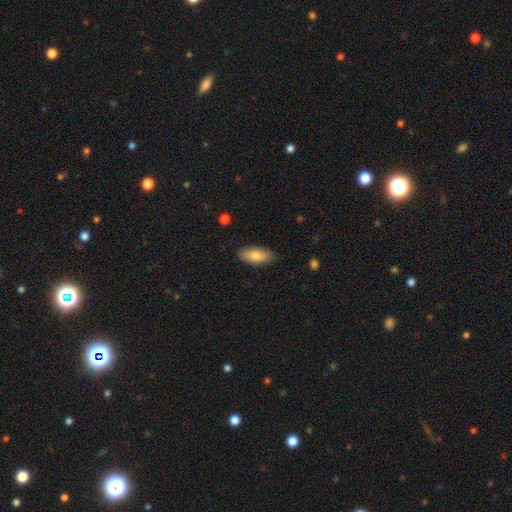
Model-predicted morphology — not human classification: The model was most divided on "how rounded": in between: 82%, cigar-shaped: 16%, round: 2%. More confident: merging — none (87%); smooth or featured — smooth (82%).